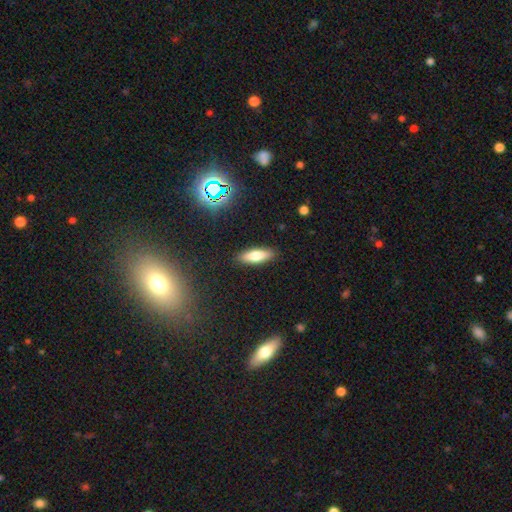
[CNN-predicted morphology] smooth-or-featured: smooth: 74% | featured or disk: 18% | star or artifact: 8%
  how-rounded: in between: 53% | cigar-shaped: 44% | round: 2%
  merging: none: 89% | minor disturbance: 8% | major disturbance: 2% | merger: 1%